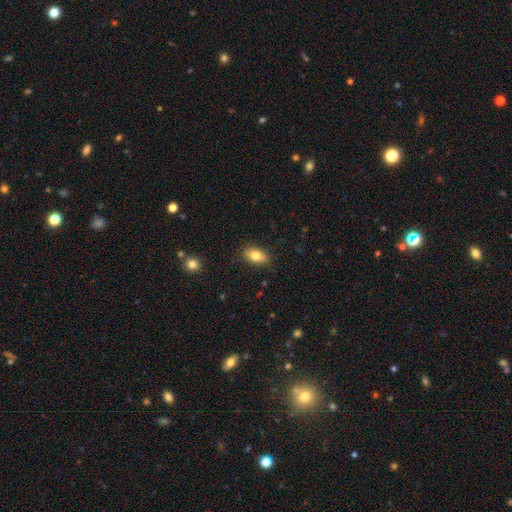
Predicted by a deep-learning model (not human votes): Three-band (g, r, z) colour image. It shows a smooth galaxy with no disk features (80%) that is in between round and cigar-shaped (88%). Merging: none (84%).